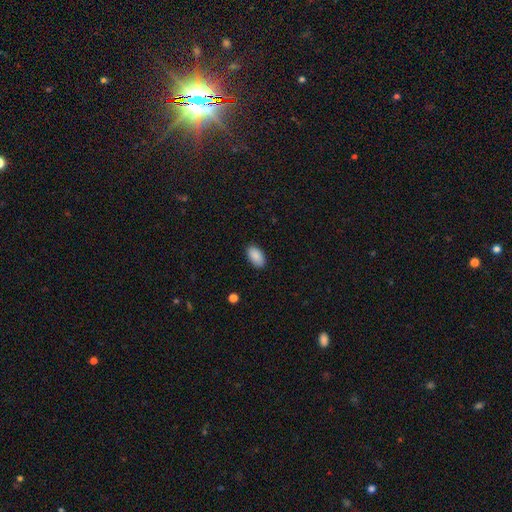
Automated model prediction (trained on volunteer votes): Smooth or featured? Predicted: smooth (p=0.90). How rounded? Predicted: in between (p=0.95). Merging? Predicted: none (p=0.89).